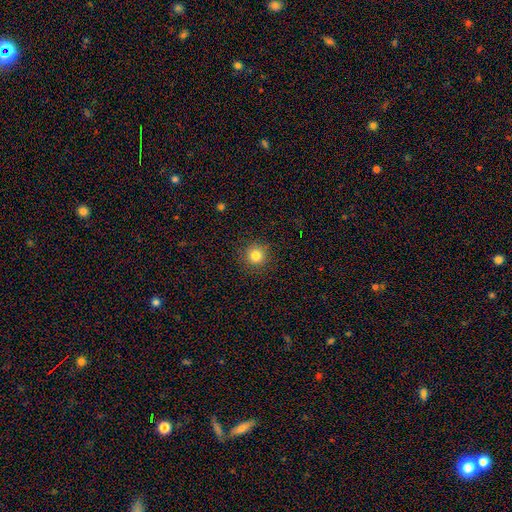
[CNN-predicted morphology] Smooth or featured? Predicted: smooth (p=0.82). How rounded? Predicted: round (p=0.95). Merging? Predicted: none (p=0.90).